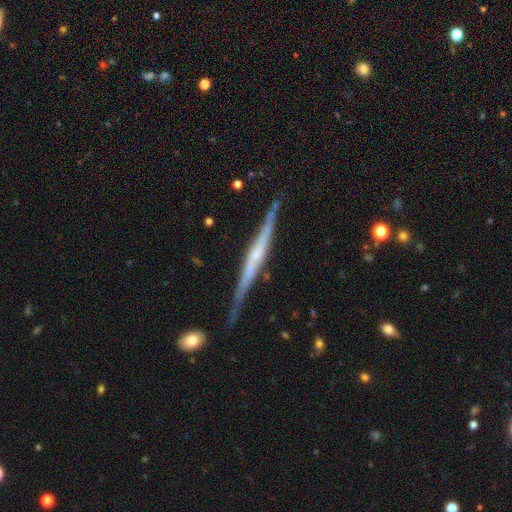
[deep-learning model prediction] smooth_or_featured: featured or disk (p=0.76) [alt: smooth p=0.19]
disk_edge_on: yes (p=0.97) [alt: no p=0.03]
edge_on_bulge: none (p=0.49) [alt: rounded p=0.35]
merging: none (p=0.79) [alt: minor disturbance p=0.15]